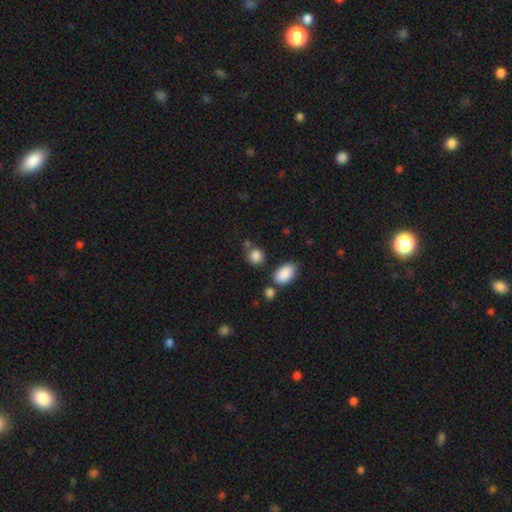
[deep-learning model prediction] Morphology: type=smooth (85%); roundness=round (76%); merging=none (71%).